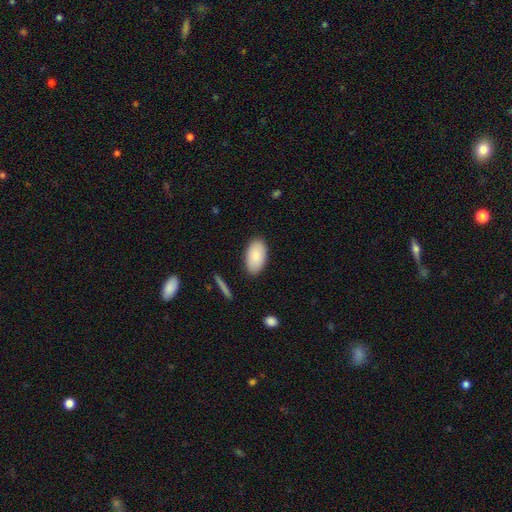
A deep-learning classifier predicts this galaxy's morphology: Overall: smooth (85%). How rounded: in between (95%). Merging: none (87%).